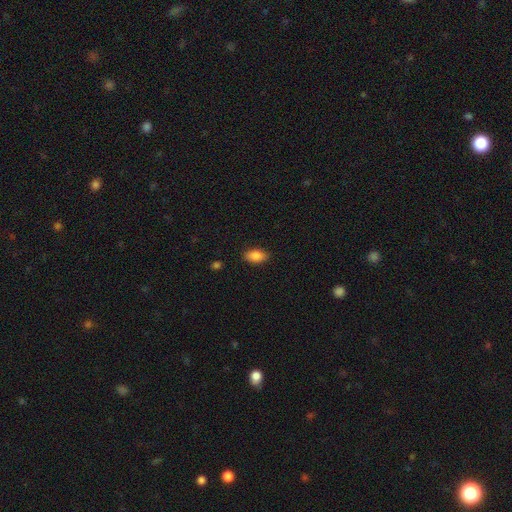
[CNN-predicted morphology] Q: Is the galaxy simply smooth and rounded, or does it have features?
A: smooth — 87%.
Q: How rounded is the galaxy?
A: in between — 91%.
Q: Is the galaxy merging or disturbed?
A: none — 87%.